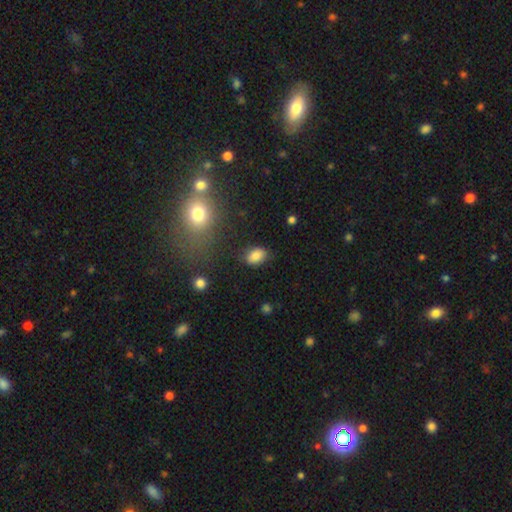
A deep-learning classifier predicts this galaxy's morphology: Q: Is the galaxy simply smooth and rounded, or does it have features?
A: smooth — 84%.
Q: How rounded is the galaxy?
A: in between — 82%.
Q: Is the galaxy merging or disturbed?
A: none — 79%.